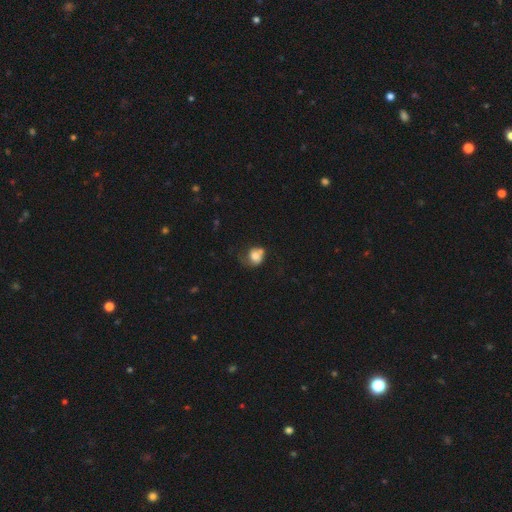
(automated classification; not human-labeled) Q: Smooth or featured?
A: smooth (68%); runner-up: featured or disk (23%)
Q: How rounded?
A: round (64%); runner-up: in between (35%)
Q: Merging?
A: none (32%); runner-up: minor disturbance (27%)